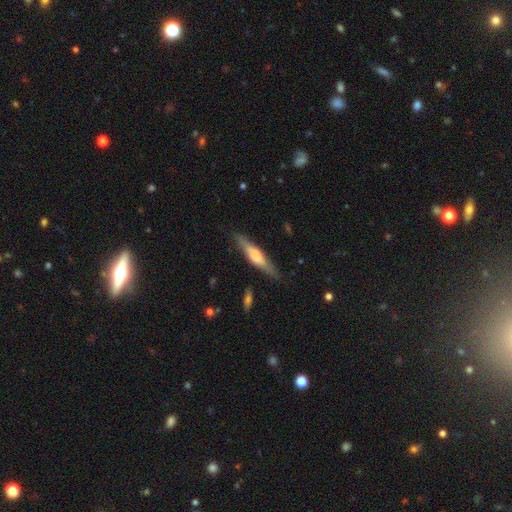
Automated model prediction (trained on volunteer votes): Smooth or featured? smooth (47%, tied with featured or disk)
Merging? none (83%)